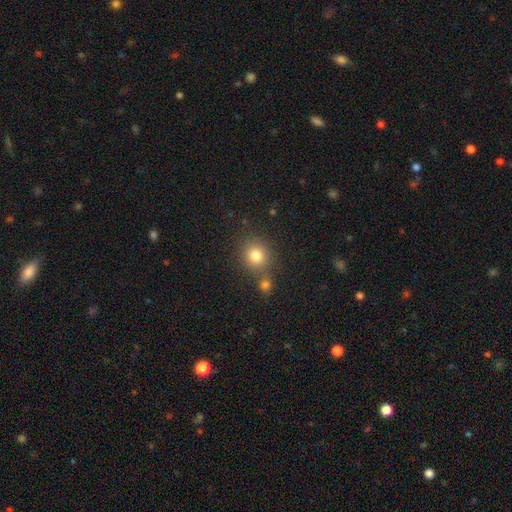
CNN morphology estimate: Smooth or featured?
  - smooth: 81% *
  - star or artifact: 12%
  - featured or disk: 7%
How rounded?
  - round: 86% *
  - in between: 13%
  - cigar-shaped: 1%
Merging?
  - none: 67% *
  - merger: 20%
  - minor disturbance: 9%
  - major disturbance: 4%